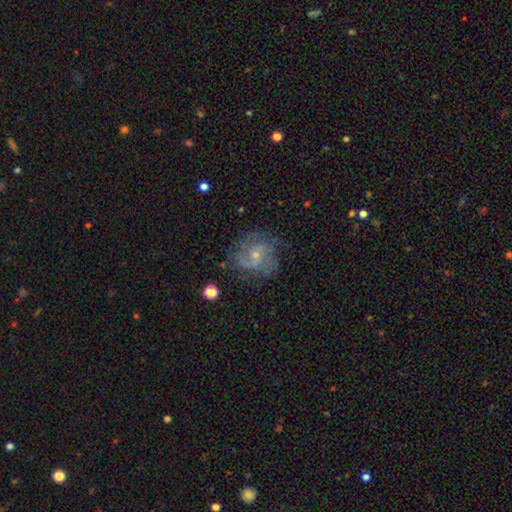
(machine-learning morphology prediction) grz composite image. It shows a featured or disk galaxy (78%) with no bar (64%), 2 (43%) medium (47%) spiral arms (94%) and a small central bulge (70%). Merging: none (70%).